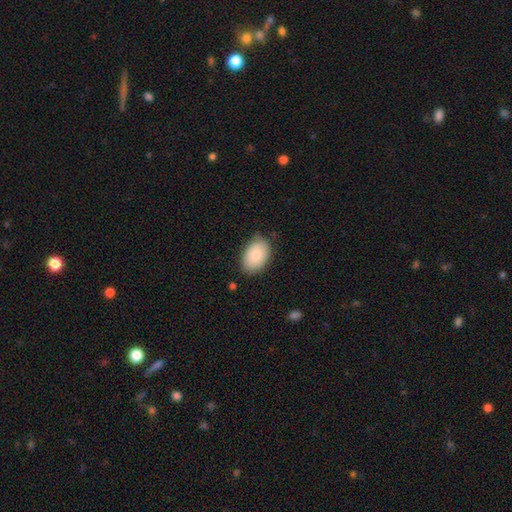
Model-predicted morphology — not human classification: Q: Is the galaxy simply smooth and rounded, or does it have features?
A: smooth — 84%.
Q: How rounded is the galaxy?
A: in between — 88%.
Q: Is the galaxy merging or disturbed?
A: none — 78%.